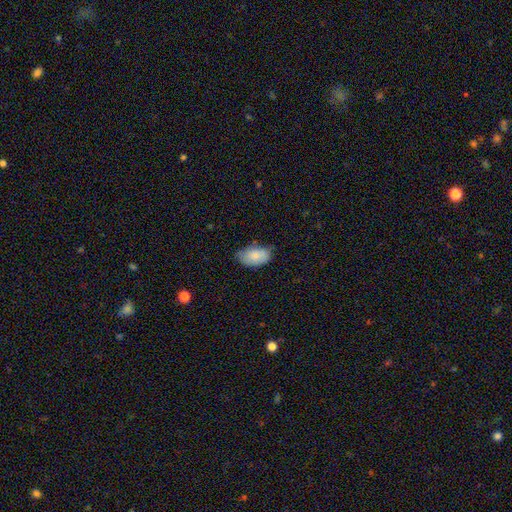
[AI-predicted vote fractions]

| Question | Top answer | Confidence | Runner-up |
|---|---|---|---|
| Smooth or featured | smooth | 81% | featured or disk (12%) |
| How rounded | in between | 93% | round (5%) |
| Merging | none | 63% | minor disturbance (30%) |